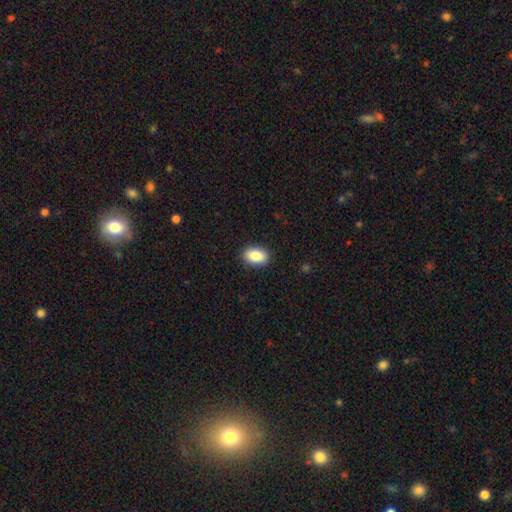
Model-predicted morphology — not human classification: Q: Smooth or featured?
A: smooth (87%); runner-up: star or artifact (7%)
Q: How rounded?
A: in between (89%); runner-up: round (10%)
Q: Merging?
A: none (90%); runner-up: minor disturbance (7%)